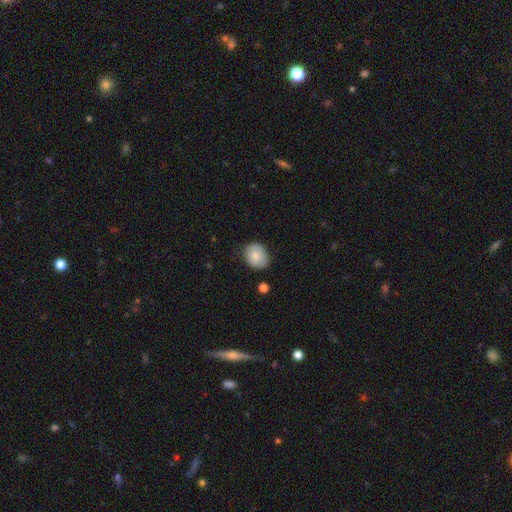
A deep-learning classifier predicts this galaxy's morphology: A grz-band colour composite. It shows a smooth galaxy with no disk features (79%) that is round (54%). Merging: none (80%).